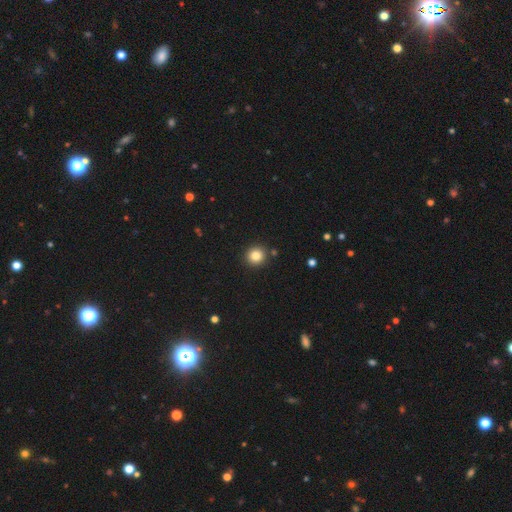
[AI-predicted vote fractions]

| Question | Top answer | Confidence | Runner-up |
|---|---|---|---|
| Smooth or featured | smooth | 84% | star or artifact (11%) |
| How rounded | round | 93% | in between (6%) |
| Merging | none | 89% | minor disturbance (6%) |